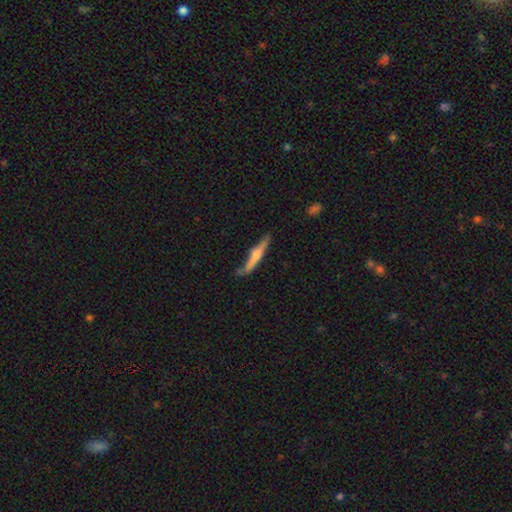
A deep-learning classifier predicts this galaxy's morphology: Smooth or featured? featured or disk (50%)
Edge-on disk? yes (93%)
Merging? none (66%)